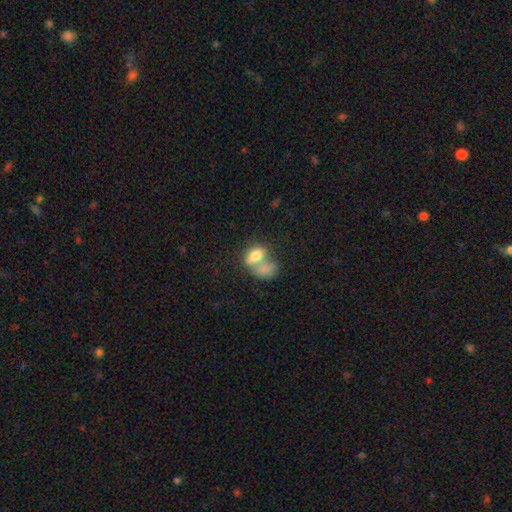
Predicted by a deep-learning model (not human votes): Smooth or featured: smooth — 74% (featured or disk — 17%)
How rounded: in between — 78% (round — 20%)
Merging: merger — 63% (none — 19%)